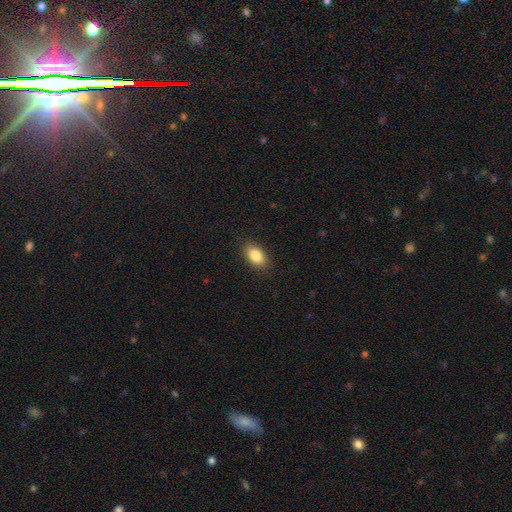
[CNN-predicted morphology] Smooth or featured: smooth — 86% (star or artifact — 7%)
How rounded: in between — 89% (round — 8%)
Merging: none — 87% (minor disturbance — 10%)